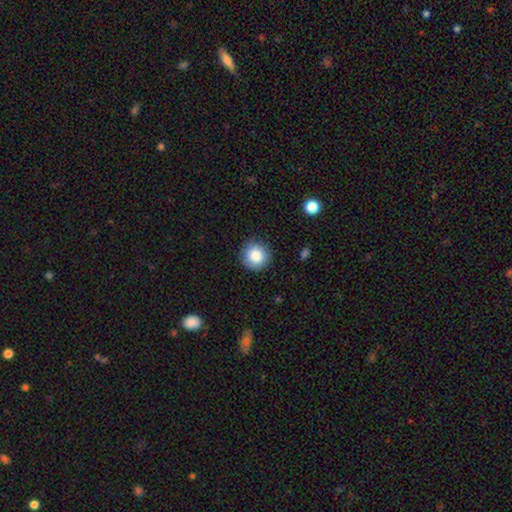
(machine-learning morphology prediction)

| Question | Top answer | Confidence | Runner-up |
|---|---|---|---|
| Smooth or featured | smooth | 85% | star or artifact (9%) |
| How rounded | round | 95% | in between (4%) |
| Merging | none | 89% | minor disturbance (8%) |